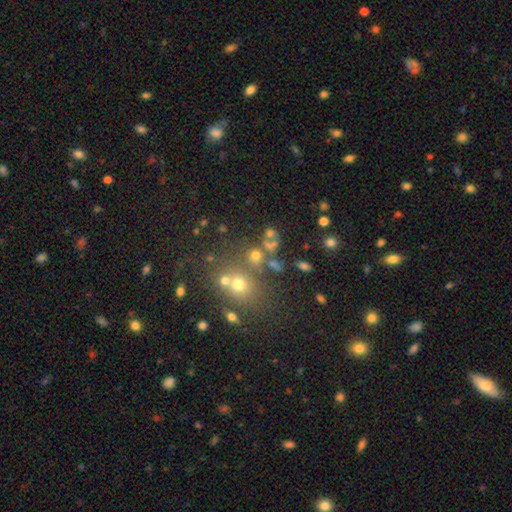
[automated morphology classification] Smooth or featured?
  - smooth: 60% *
  - star or artifact: 25%
  - featured or disk: 15%
How rounded?
  - round: 79% *
  - in between: 20%
  - cigar-shaped: 2%
Merging?
  - none: 55% *
  - merger: 28%
  - minor disturbance: 10%
  - major disturbance: 7%